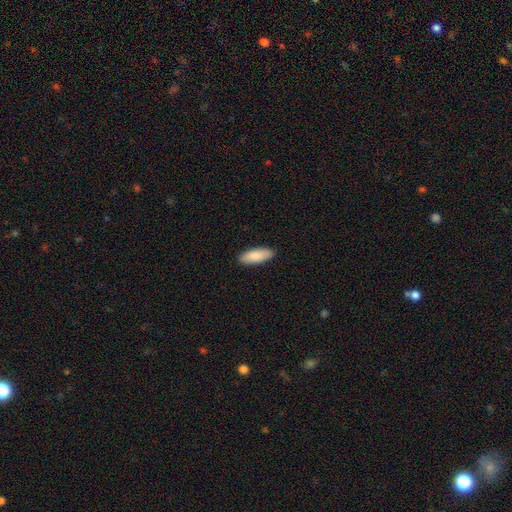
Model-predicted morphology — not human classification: This appears to be a smooth galaxy with no disk features (89%) that is in between round and cigar-shaped (73%). Merging: none (90%).